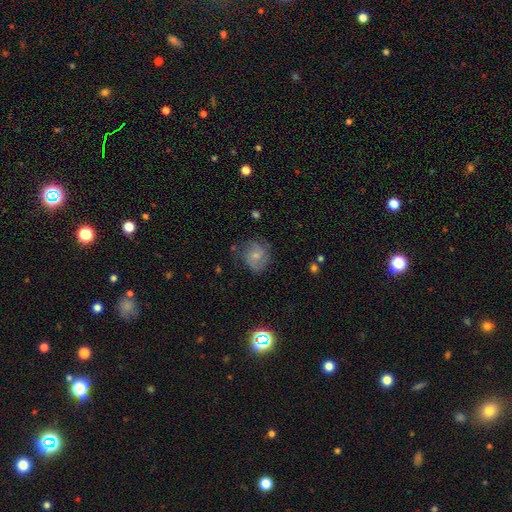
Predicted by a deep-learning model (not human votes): Smooth or featured?
  - smooth: 56% *
  - featured or disk: 35%
  - star or artifact: 9%
How rounded?
  - round: 75% *
  - in between: 24%
  - cigar-shaped: 1%
Merging?
  - none: 62% *
  - minor disturbance: 25%
  - major disturbance: 11%
  - merger: 2%